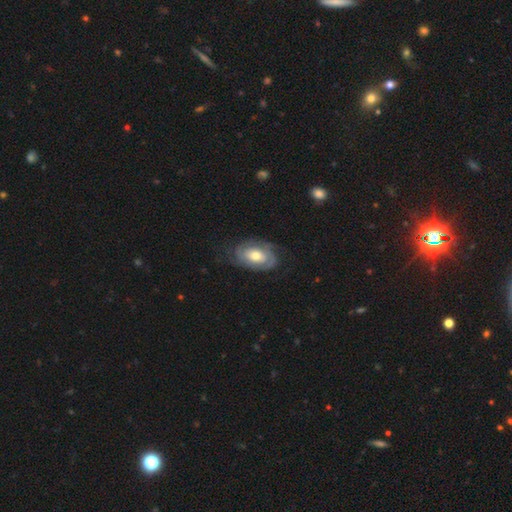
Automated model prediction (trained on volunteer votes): A featured or disk galaxy (72%) with no bar (70%), 2 (47%) tight (62%) spiral arms (86%) and a moderate central bulge (70%).

Vote fractions:
- Smooth or featured? featured or disk: 72% / smooth: 22% / star or artifact: 5%
- Edge-on disk? no: 96% / yes: 4%
- Bar? no: 70% / weak: 24% / strong: 6%
- Spiral arms? yes: 86% / no: 14%
- Spiral winding? tight: 62% / medium: 28% / loose: 10%
- Spiral arm count? 2: 47% / can't tell: 32% / 3: 10% / 1: 5% / 4: 3% / more than 4: 3%
- Bulge size? moderate: 70% / small: 14% / large: 13% / dominant: 1% / none: 1%
- Merging? none: 69% / minor disturbance: 20% / major disturbance: 9% / merger: 1%